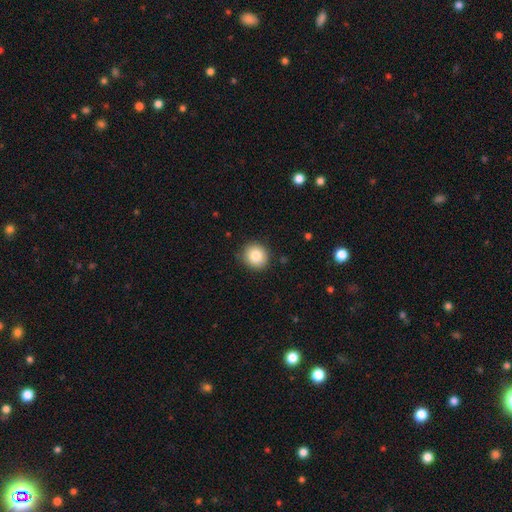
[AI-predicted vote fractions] Smooth or featured? smooth (83%)
How rounded? round (89%)
Merging? none (88%)